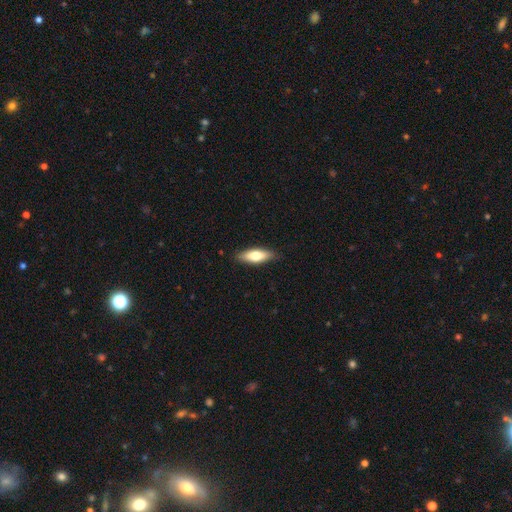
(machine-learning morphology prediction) Overall: smooth (65%; featured or disk 29%). How rounded: in between (58%; cigar-shaped 40%). Merging: none (86%).